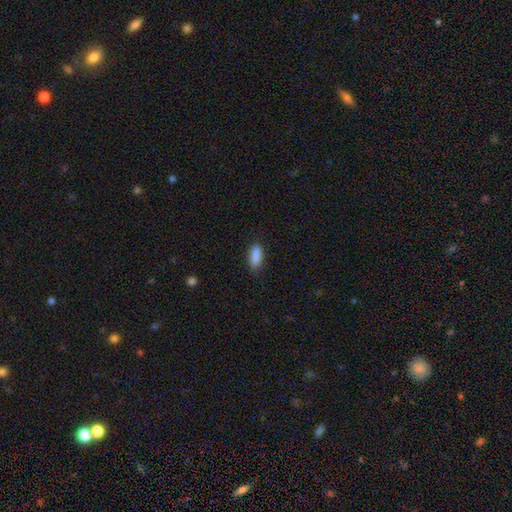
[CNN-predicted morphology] Smooth or featured: smooth — 89% (star or artifact — 7%)
How rounded: in between — 82% (cigar-shaped — 16%)
Merging: none — 84% (minor disturbance — 13%)